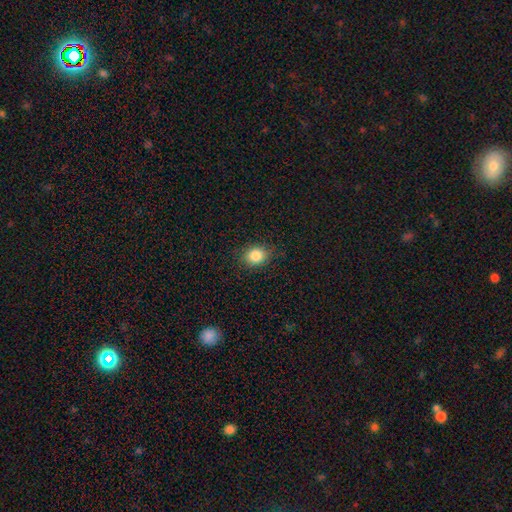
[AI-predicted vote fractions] Q: Smooth or featured?
A: smooth (84%); runner-up: star or artifact (10%)
Q: How rounded?
A: round (52%); runner-up: in between (47%)
Q: Merging?
A: none (85%); runner-up: minor disturbance (12%)